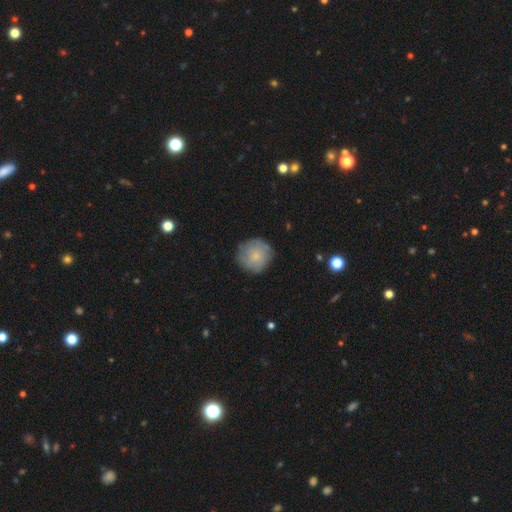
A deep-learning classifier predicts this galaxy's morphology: A smooth galaxy with no disk features (67%) that is round (93%). Merging: none (80%).